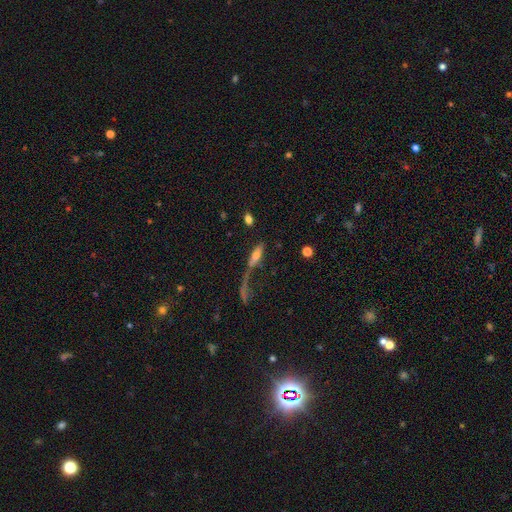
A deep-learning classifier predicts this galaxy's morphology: The model was most divided on "merging" (2-way tie): merger: 29%, none: 29%, major disturbance: 28%, minor disturbance: 13%. More confident: smooth or featured — smooth (60%); how rounded — in between (51%).